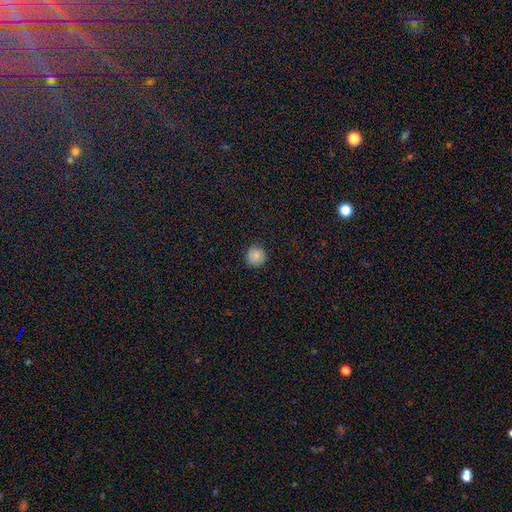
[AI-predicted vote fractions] Morphology: type=smooth (84%); roundness=round (94%); merging=none (89%).